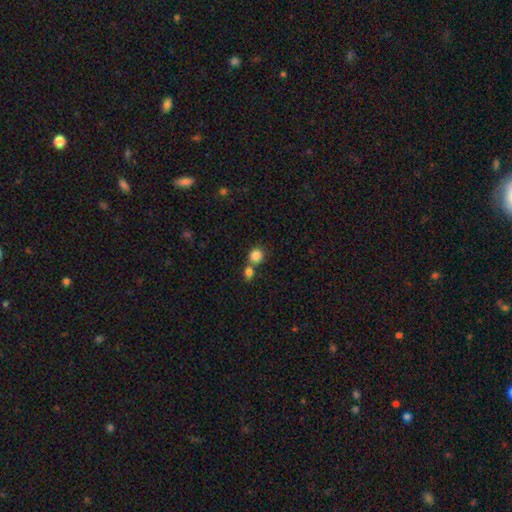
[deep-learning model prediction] smooth-or-featured: smooth: 85% | star or artifact: 10% | featured or disk: 5%
  how-rounded: round: 86% | in between: 13% | cigar-shaped: 1%
  merging: none: 51% | merger: 39% | minor disturbance: 7% | major disturbance: 3%